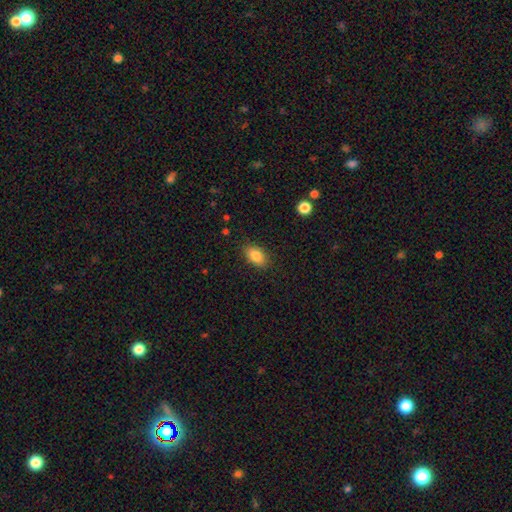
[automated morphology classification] Smooth or featured? Predicted: smooth (p=0.85). How rounded? Predicted: in between (p=0.88). Merging? Predicted: none (p=0.86).